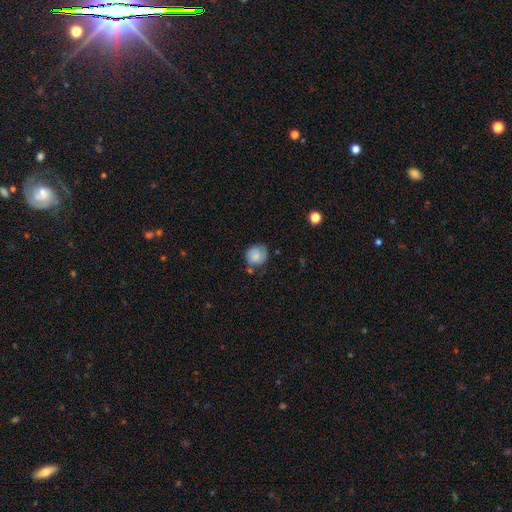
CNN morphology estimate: The model was most divided on "merging": none: 61%, minor disturbance: 26%, merger: 7%, major disturbance: 6%. More confident: how rounded — round (78%); smooth or featured — smooth (77%).